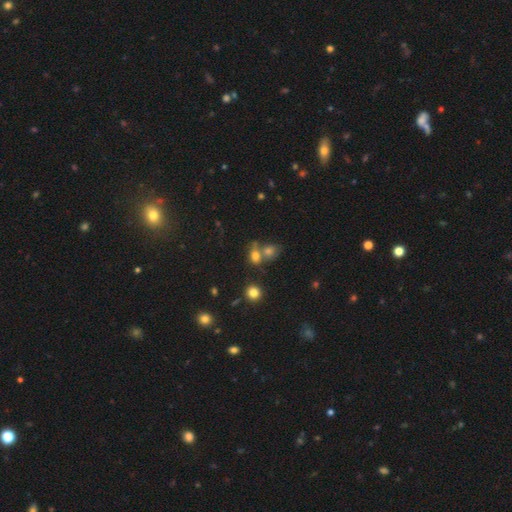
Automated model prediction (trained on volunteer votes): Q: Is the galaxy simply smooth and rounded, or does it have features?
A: smooth — 71%.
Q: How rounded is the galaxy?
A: in between — 57%.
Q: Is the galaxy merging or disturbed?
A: merger — 46%.